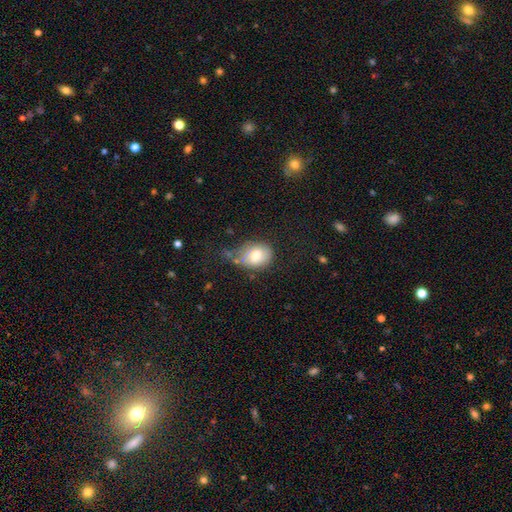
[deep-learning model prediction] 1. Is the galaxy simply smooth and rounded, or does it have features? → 69% smooth, 23% featured or disk, 8% star or artifact.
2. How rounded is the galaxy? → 61% in between, 38% round, 1% cigar-shaped.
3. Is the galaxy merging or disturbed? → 44% none, 32% minor disturbance, 17% major disturbance, 7% merger.